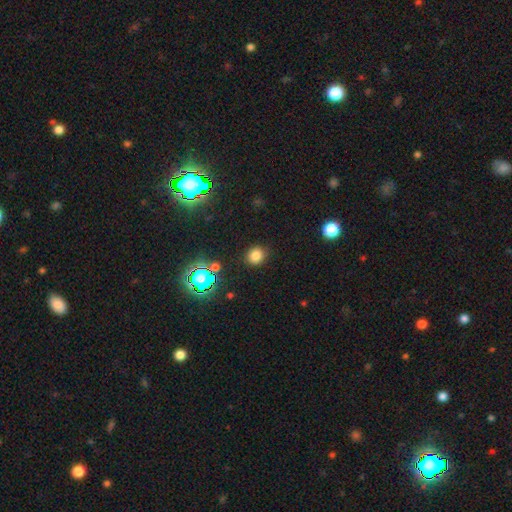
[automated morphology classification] smooth_or_featured: smooth (p=0.76) [alt: star or artifact p=0.18]
how_rounded: round (p=0.83) [alt: in between p=0.16]
merging: none (p=0.87) [alt: minor disturbance p=0.08]